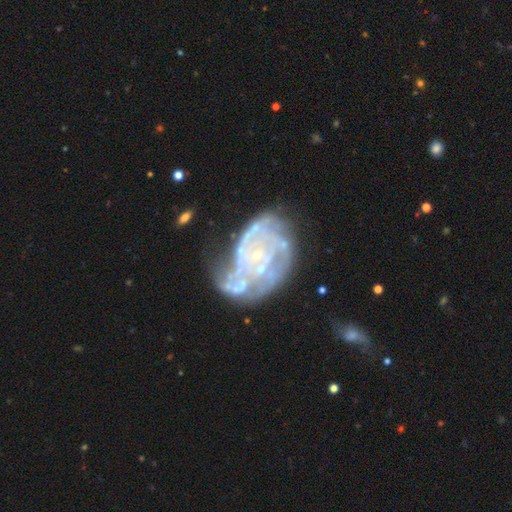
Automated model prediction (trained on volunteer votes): Smooth or featured: featured or disk — 82% (smooth — 9%)
Edge-on disk: no — 98% (yes — 2%)
Bar: no — 79% (weak — 17%)
Spiral arms: yes — 77% (no — 23%)
Spiral winding: tight — 51% (medium — 33%)
Spiral arm count: can't tell — 40% (3 — 17%)
Bulge size: small — 80% (moderate — 11%)
Merging: none — 36% (major disturbance — 29%)